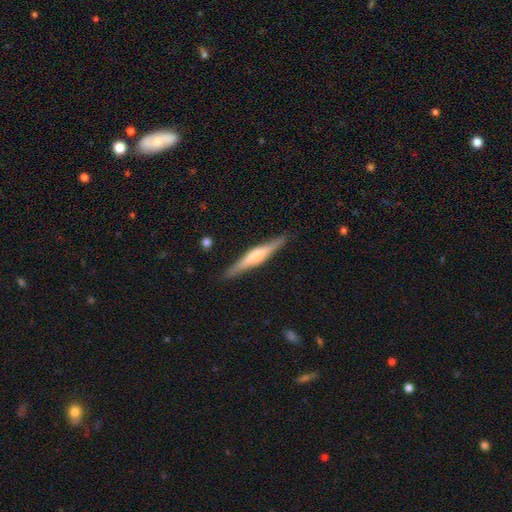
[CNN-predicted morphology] Smooth or featured: featured or disk — 65% (smooth — 29%)
Edge-on disk: yes — 97% (no — 3%)
Edge-on bulge: rounded — 63% (boxy — 25%)
Merging: none — 89% (minor disturbance — 8%)